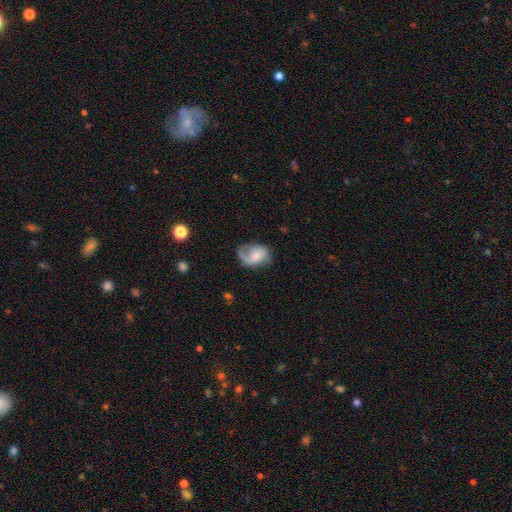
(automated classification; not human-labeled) Morphology: type=featured or disk (52%); edge-on=no (97%); bar=no (68%); spiral arms=yes (82%); bulge=small (45%); merging=none (41%).